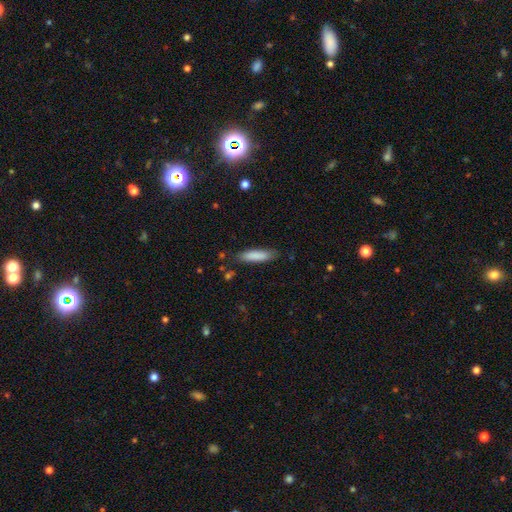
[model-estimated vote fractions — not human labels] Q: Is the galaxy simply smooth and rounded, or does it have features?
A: smooth — 86%.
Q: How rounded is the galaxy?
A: cigar-shaped — 70%.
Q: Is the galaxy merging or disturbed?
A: none — 82%.